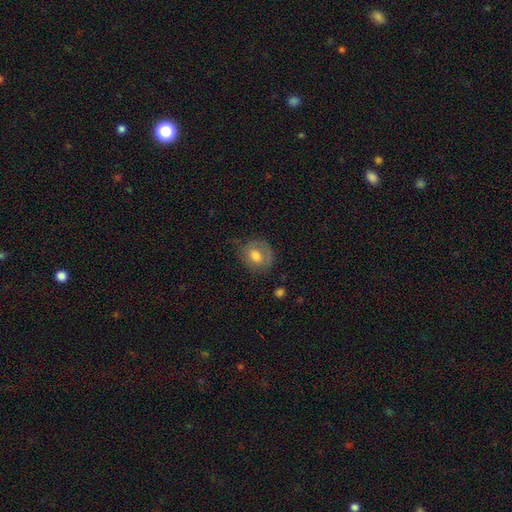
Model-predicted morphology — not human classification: smooth-or-featured: smooth: 62% | featured or disk: 30% | star or artifact: 8%
  how-rounded: round: 65% | in between: 34% | cigar-shaped: 1%
  merging: none: 57% | minor disturbance: 26% | major disturbance: 15% | merger: 2%